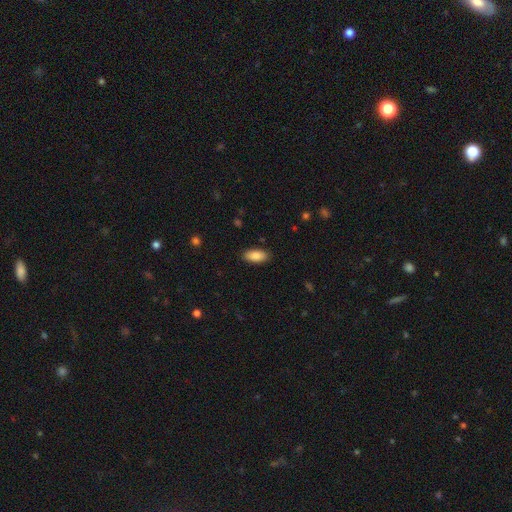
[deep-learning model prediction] The model was most divided on "merging": none: 88%, minor disturbance: 9%, major disturbance: 2%, merger: 1%. More confident: how rounded — in between (89%); smooth or featured — smooth (87%).